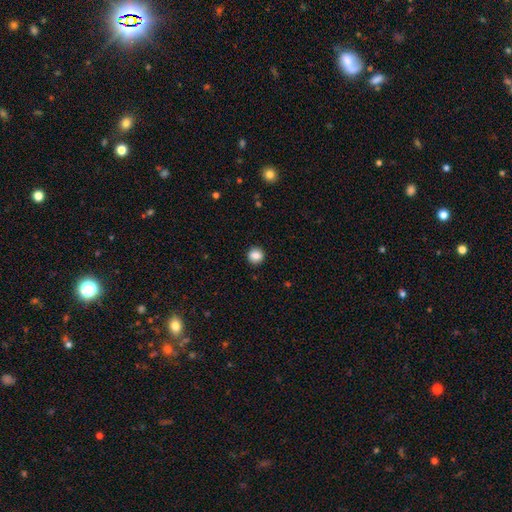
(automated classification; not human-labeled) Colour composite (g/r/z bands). It shows a smooth galaxy with no disk features (86%) that is round (93%). Merging: none (93%).